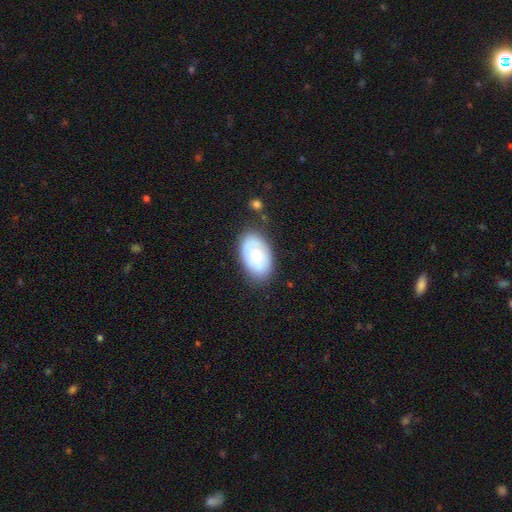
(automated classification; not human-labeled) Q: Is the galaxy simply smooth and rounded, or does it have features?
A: smooth — 64%.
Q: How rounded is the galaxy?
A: in between — 93%.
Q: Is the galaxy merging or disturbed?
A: none — 75%.